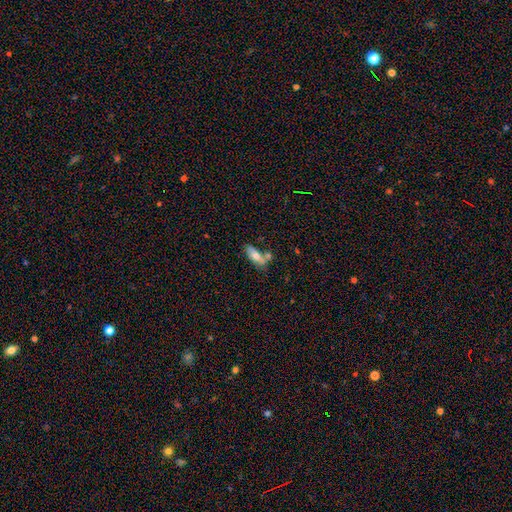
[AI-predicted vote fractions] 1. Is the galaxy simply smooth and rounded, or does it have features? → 67% smooth, 25% featured or disk, 7% star or artifact.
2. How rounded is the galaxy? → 73% in between, 24% cigar-shaped, 3% round.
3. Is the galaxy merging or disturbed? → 51% none, 26% merger, 17% minor disturbance, 5% major disturbance.